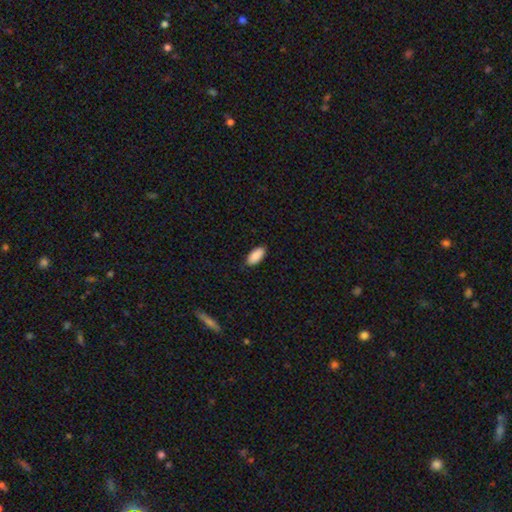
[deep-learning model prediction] Overall: smooth (90%). How rounded: in between (91%). Merging: none (86%).